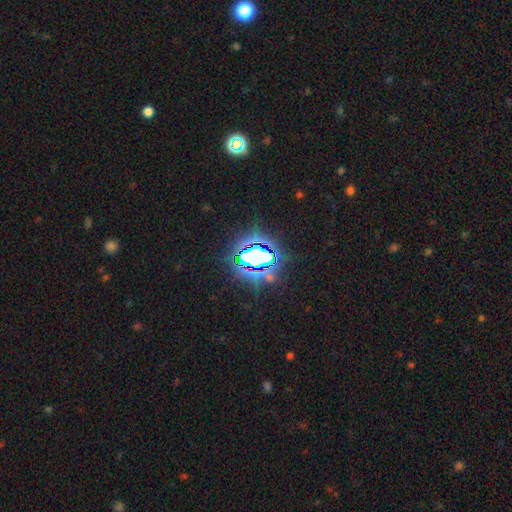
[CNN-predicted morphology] star or artifact 75%, smooth 14%, featured or disk 11%.